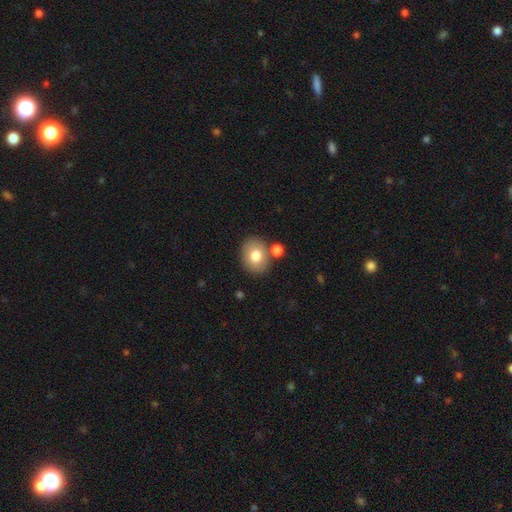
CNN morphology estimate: Smooth or featured? smooth (76%)
How rounded? round (54%)
Merging? none (75%)